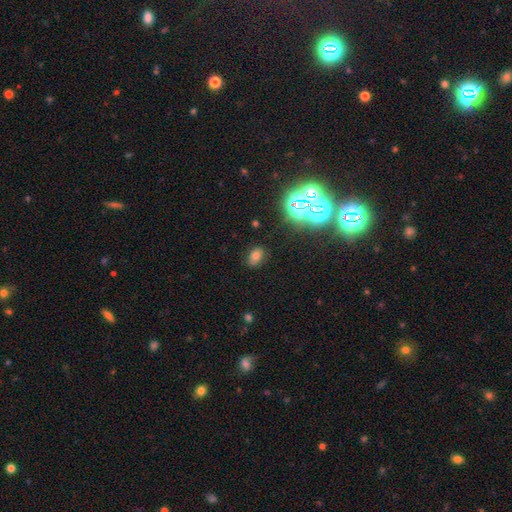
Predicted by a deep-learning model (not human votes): Q: Smooth or featured?
A: smooth (63%); runner-up: star or artifact (25%)
Q: How rounded?
A: in between (77%); runner-up: round (21%)
Q: Merging?
A: none (83%); runner-up: minor disturbance (12%)